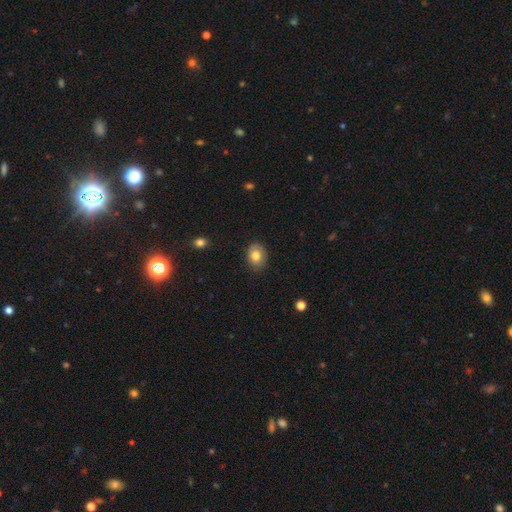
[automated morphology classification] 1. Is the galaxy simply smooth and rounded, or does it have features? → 77% smooth, 15% featured or disk, 8% star or artifact.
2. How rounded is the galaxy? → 62% in between, 37% round, 1% cigar-shaped.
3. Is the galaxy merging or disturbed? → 83% none, 14% minor disturbance, 3% major disturbance, 1% merger.